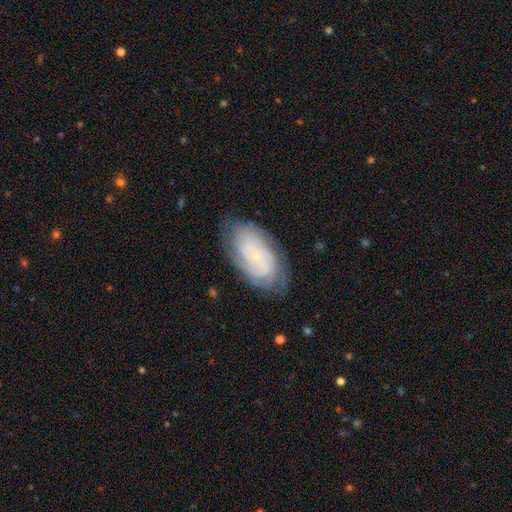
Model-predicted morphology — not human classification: Smooth or featured? featured or disk (72%)
Edge-on disk? no (95%)
Bar? no (78%)
Spiral arms? yes (92%)
Spiral winding? tight (74%)
Spiral arm count? can't tell (46%)
Bulge size? small (84%)
Merging? none (75%)